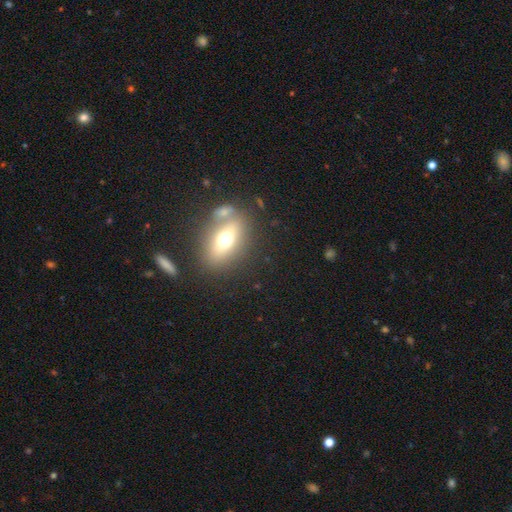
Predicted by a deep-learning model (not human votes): Smooth or featured? Predicted: smooth (p=0.46). Merging? Predicted: none (p=0.74).